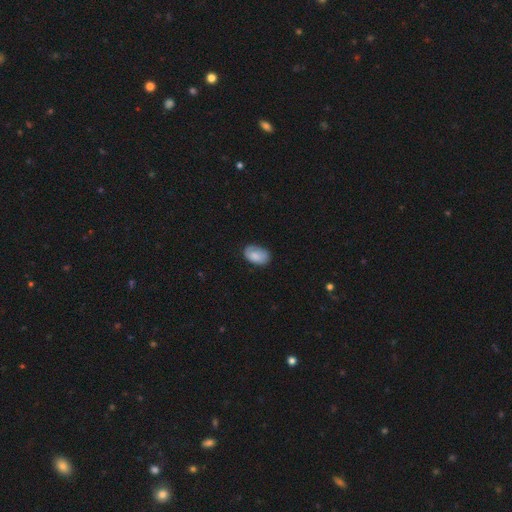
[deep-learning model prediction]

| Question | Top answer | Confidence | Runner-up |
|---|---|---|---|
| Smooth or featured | smooth | 81% | featured or disk (12%) |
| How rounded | in between | 90% | round (9%) |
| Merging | none | 71% | minor disturbance (23%) |